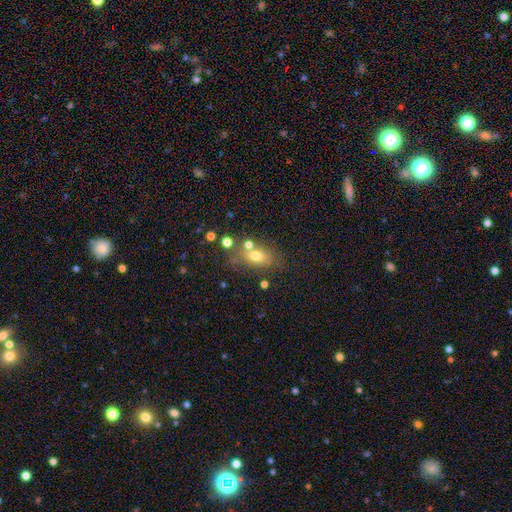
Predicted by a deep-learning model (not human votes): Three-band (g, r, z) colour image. It shows a smooth galaxy with no disk features (69%) that is in between round and cigar-shaped (76%). Merging: none (60%).